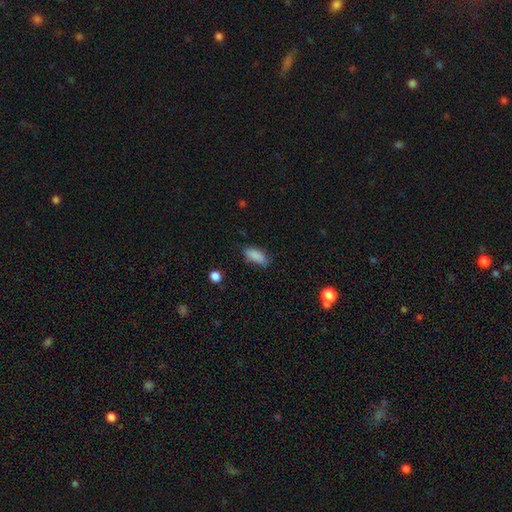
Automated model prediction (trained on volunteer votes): Smooth or featured? Predicted: smooth (p=0.87). How rounded? Predicted: in between (p=0.83). Merging? Predicted: none (p=0.69).